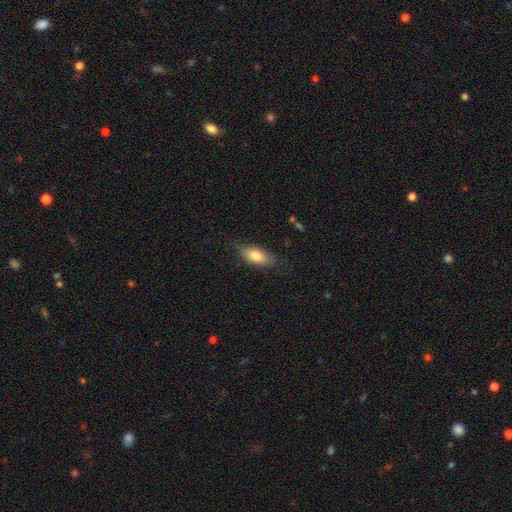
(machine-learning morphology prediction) smooth_or_featured: smooth (p=0.79) [alt: featured or disk p=0.14]
how_rounded: in between (p=0.86) [alt: cigar-shaped p=0.10]
merging: none (p=0.70) [alt: minor disturbance p=0.23]